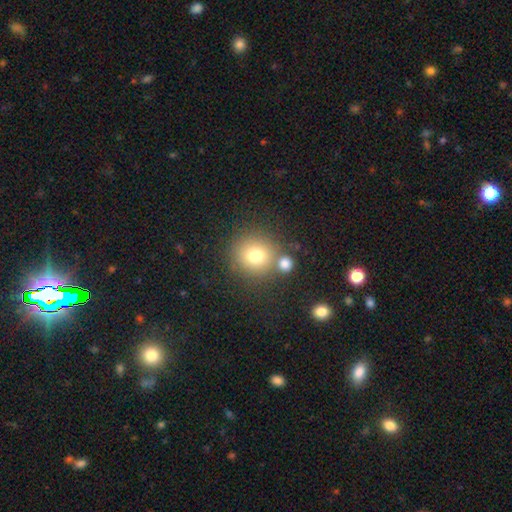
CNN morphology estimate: Smooth or featured?
  - smooth: 76% *
  - star or artifact: 13%
  - featured or disk: 12%
How rounded?
  - round: 91% *
  - in between: 8%
  - cigar-shaped: 1%
Merging?
  - none: 70% *
  - merger: 17%
  - minor disturbance: 9%
  - major disturbance: 4%